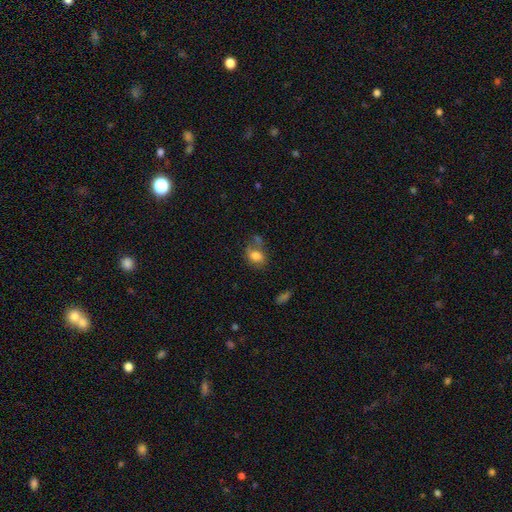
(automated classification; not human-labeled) smooth-or-featured: smooth: 78% | featured or disk: 13% | star or artifact: 9%
  how-rounded: in between: 67% | round: 32% | cigar-shaped: 1%
  merging: none: 47% | minor disturbance: 23% | merger: 19% | major disturbance: 11%